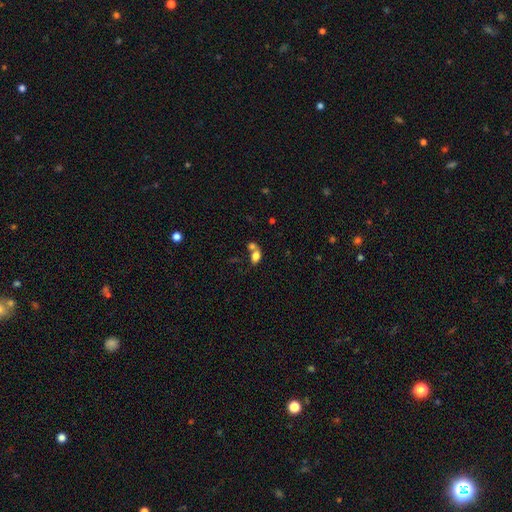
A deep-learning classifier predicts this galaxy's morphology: A smooth galaxy with no disk features (77%) that is in between round and cigar-shaped (82%). Merging: merger (53%).